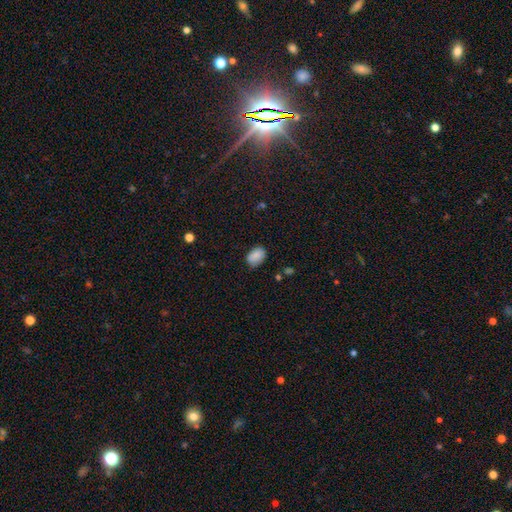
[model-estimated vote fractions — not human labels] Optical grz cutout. It shows a smooth galaxy with no disk features (84%) that is in between round and cigar-shaped (81%). Merging: none (73%).